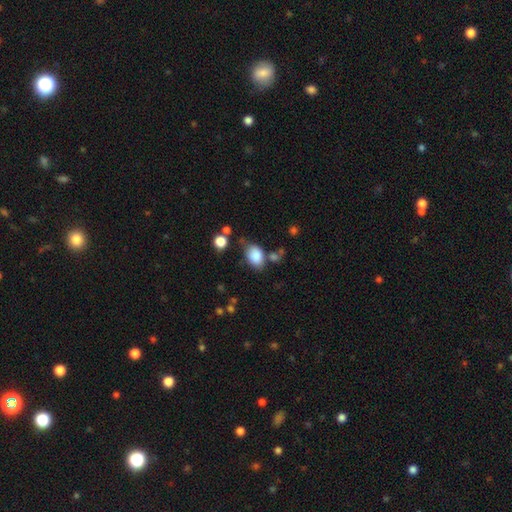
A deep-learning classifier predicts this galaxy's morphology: This is clearly a smooth galaxy (85%). How rounded: clearly in between (82%). Merging: likely none (60%).